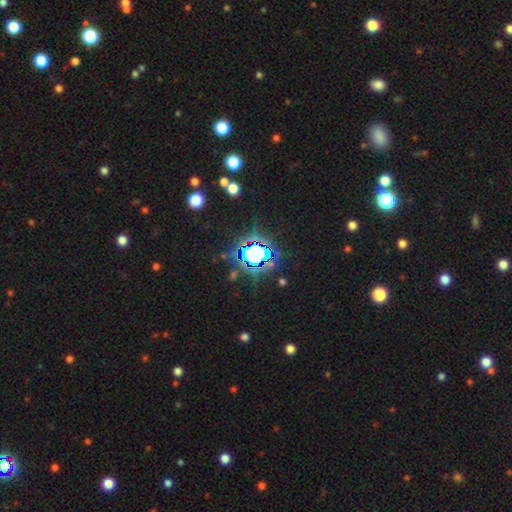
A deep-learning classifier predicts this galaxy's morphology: Smooth or featured? Predicted: star or artifact (p=0.74).